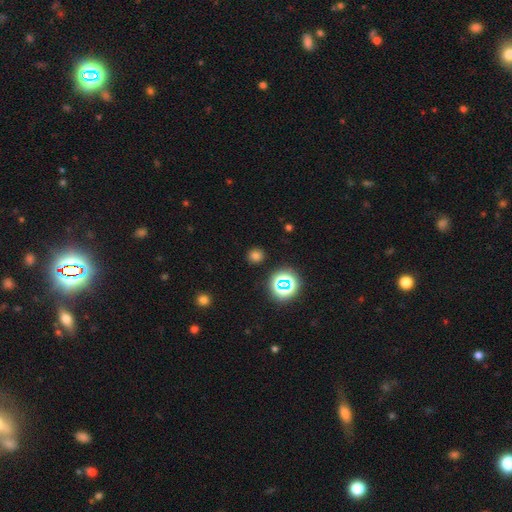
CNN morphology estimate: Overall: smooth (71%). How rounded: round (89%). Merging: none (89%).